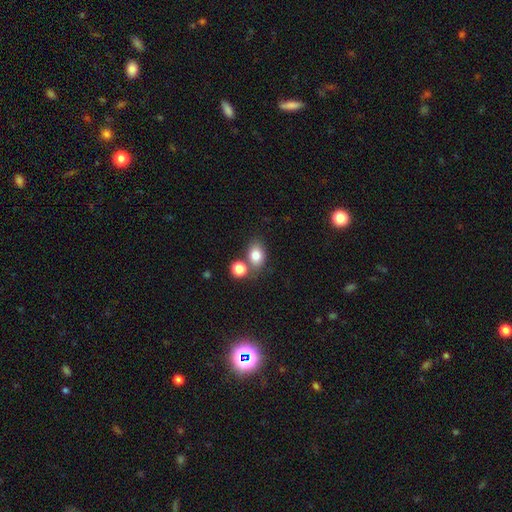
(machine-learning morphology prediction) Overall: smooth (80%). How rounded: in between (69%; round 30%). Merging: none (57%; merger 28%).